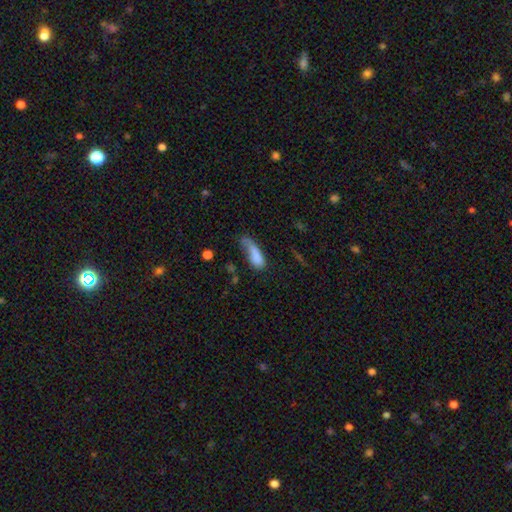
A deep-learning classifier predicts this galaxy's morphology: smooth-or-featured: smooth: 74% | featured or disk: 18% | star or artifact: 9%
  how-rounded: in between: 61% | cigar-shaped: 35% | round: 4%
  merging: major disturbance: 36% | none: 27% | minor disturbance: 27% | merger: 10%